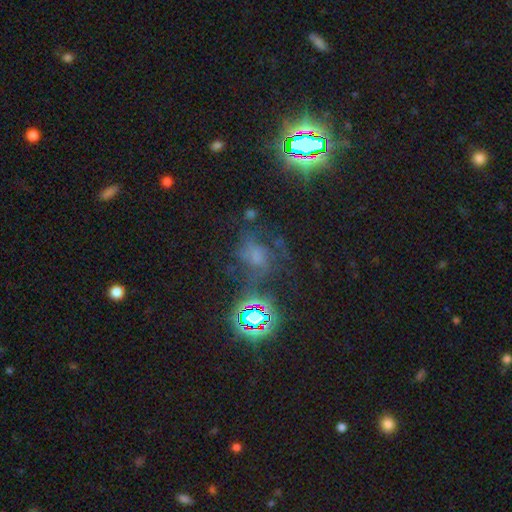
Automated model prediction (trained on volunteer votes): This appears to be a star or artifact, not a galaxy (37%).